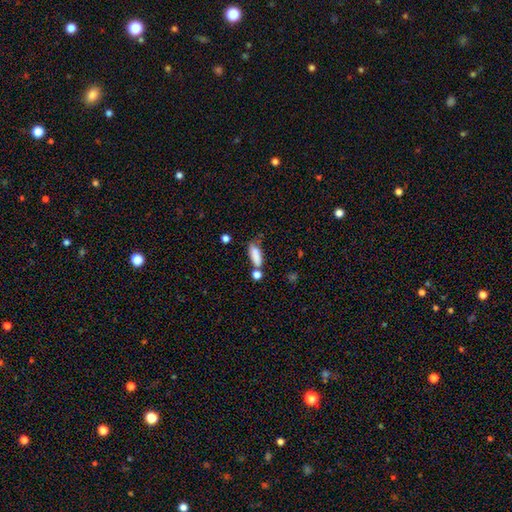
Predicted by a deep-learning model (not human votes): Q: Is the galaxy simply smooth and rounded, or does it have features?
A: smooth — 80%.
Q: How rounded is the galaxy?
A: in between — 65%.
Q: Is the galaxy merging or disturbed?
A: none — 45%.